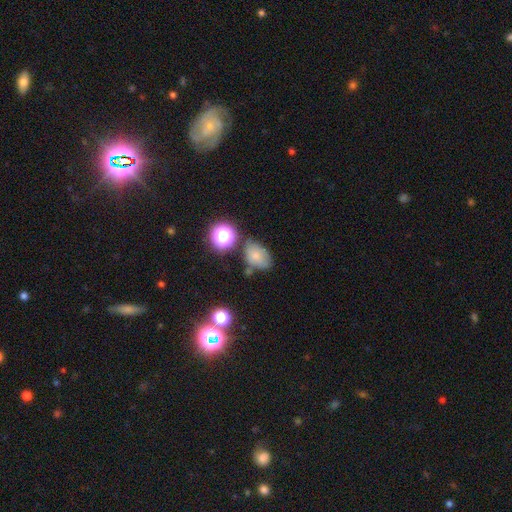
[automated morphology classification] A smooth galaxy with no disk features (66%) that is in between round and cigar-shaped (75%).

Vote fractions:
- Smooth or featured? smooth: 66% / featured or disk: 18% / star or artifact: 16%
- How rounded? in between: 75% / round: 24% / cigar-shaped: 1%
- Merging? none: 56% / minor disturbance: 25% / merger: 11% / major disturbance: 9%